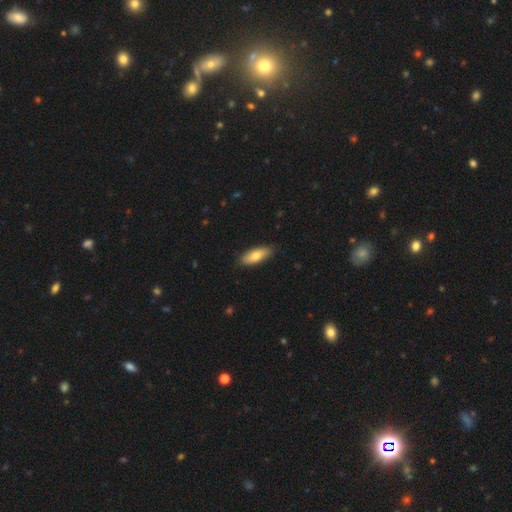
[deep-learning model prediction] smooth_or_featured: smooth (p=0.76) [alt: featured or disk p=0.19]
how_rounded: in between (p=0.70) [alt: cigar-shaped p=0.27]
merging: none (p=0.86) [alt: minor disturbance p=0.12]